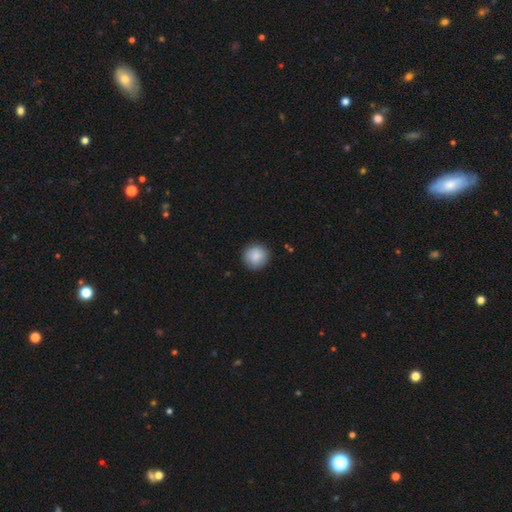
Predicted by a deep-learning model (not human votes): Smooth or featured?
  - smooth: 88% *
  - star or artifact: 7%
  - featured or disk: 5%
How rounded?
  - round: 93% *
  - in between: 6%
  - cigar-shaped: 1%
Merging?
  - none: 89% *
  - minor disturbance: 8%
  - major disturbance: 2%
  - merger: 1%